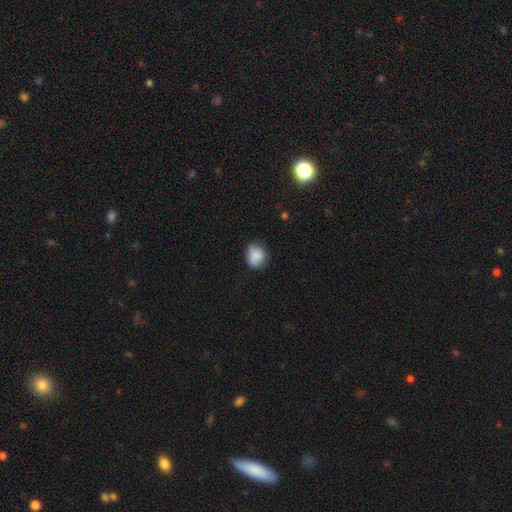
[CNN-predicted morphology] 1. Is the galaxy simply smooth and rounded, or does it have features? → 84% smooth, 8% star or artifact, 8% featured or disk.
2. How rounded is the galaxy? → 69% round, 30% in between, 1% cigar-shaped.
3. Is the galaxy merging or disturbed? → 67% none, 26% minor disturbance, 5% major disturbance, 1% merger.